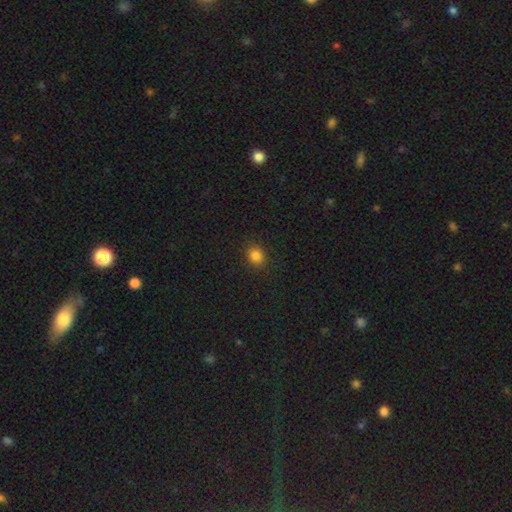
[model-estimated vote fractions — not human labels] Morphology: type=smooth (83%); roundness=round (67%); merging=none (88%).